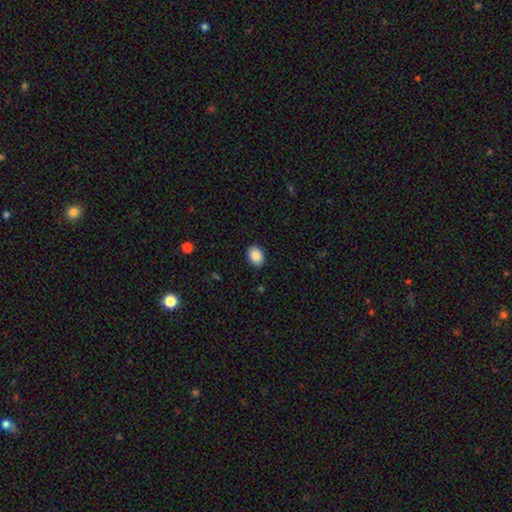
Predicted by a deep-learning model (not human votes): A smooth galaxy with no disk features (88%) that is in between round and cigar-shaped (78%).

Vote fractions:
- Smooth or featured? smooth: 88% / star or artifact: 7% / featured or disk: 4%
- How rounded? in between: 78% / round: 21% / cigar-shaped: 1%
- Merging? none: 90% / minor disturbance: 7% / major disturbance: 2% / merger: 1%